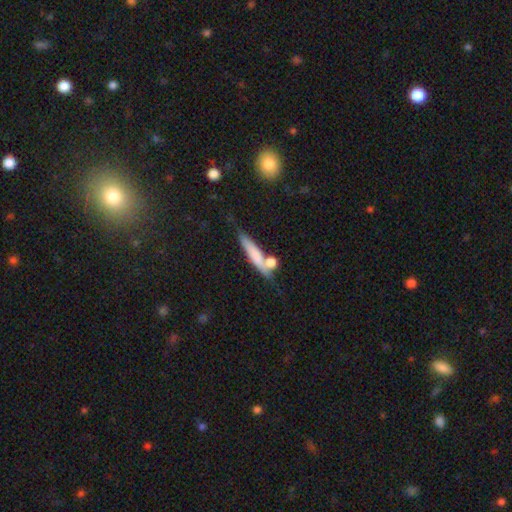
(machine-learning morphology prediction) Q: Smooth or featured?
A: smooth (65%); runner-up: featured or disk (28%)
Q: How rounded?
A: cigar-shaped (81%); runner-up: in between (15%)
Q: Merging?
A: none (55%); runner-up: merger (21%)